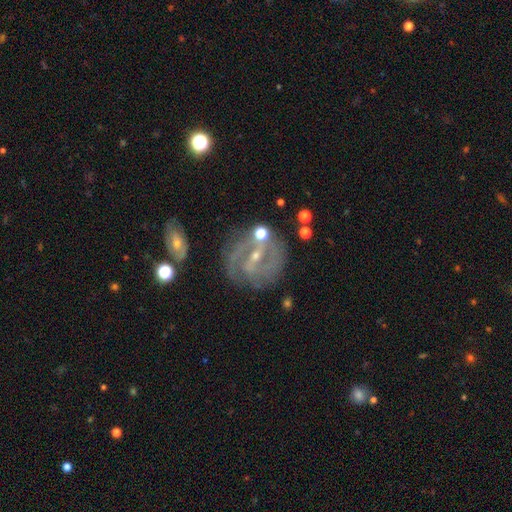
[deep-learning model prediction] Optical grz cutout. It shows a featured or disk galaxy (84%) with a strong bar (49%), 2 (66%) tight (47%) spiral arms (91%) and a small central bulge (73%). Merging: none (71%).